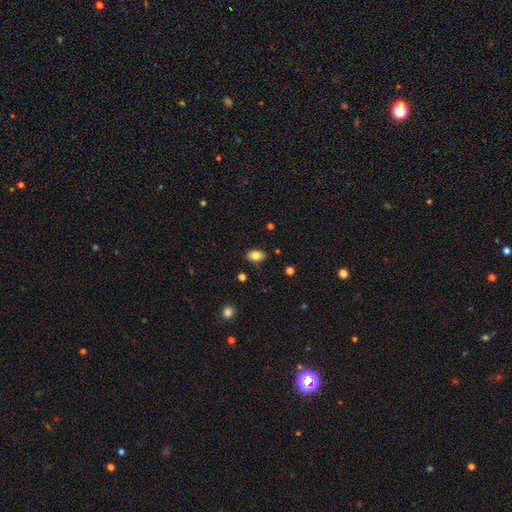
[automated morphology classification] type=smooth (82%); roundness=in between (85%); merging=none (82%).